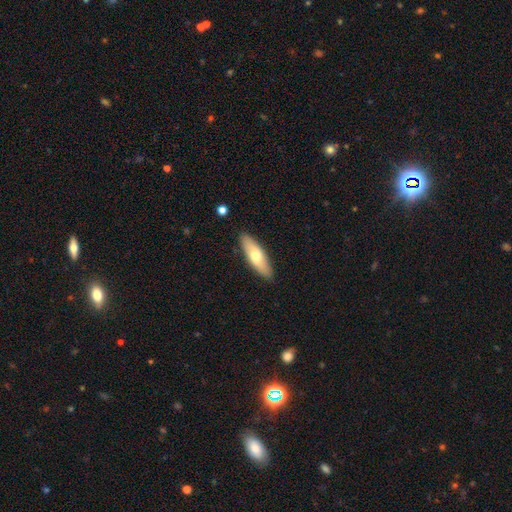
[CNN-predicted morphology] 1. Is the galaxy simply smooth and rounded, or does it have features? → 64% smooth, 31% featured or disk, 5% star or artifact.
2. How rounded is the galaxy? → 53% in between, 45% cigar-shaped, 2% round.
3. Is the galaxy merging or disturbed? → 88% none, 9% minor disturbance, 2% major disturbance, 1% merger.